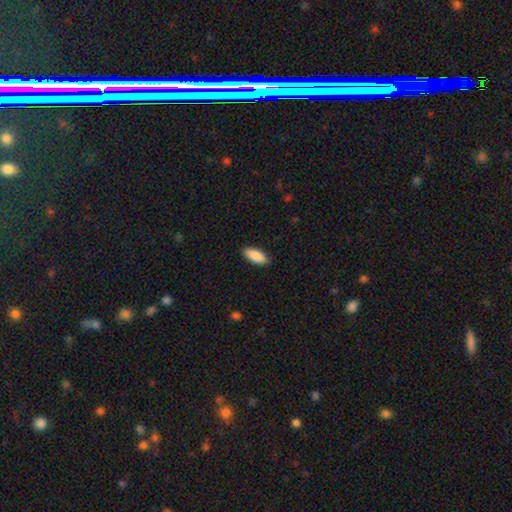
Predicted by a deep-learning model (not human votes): Smooth or featured?
  - smooth: 90% *
  - star or artifact: 6%
  - featured or disk: 4%
How rounded?
  - in between: 82% *
  - cigar-shaped: 16%
  - round: 2%
Merging?
  - none: 89% *
  - minor disturbance: 8%
  - major disturbance: 2%
  - merger: 1%